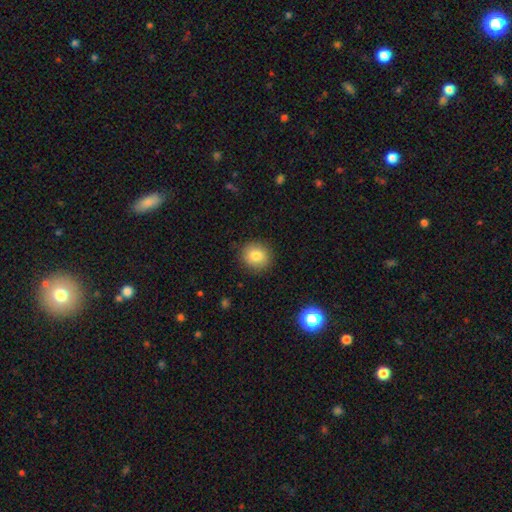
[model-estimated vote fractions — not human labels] Smooth or featured? Predicted: smooth (p=0.83). How rounded? Predicted: round (p=0.87). Merging? Predicted: none (p=0.89).